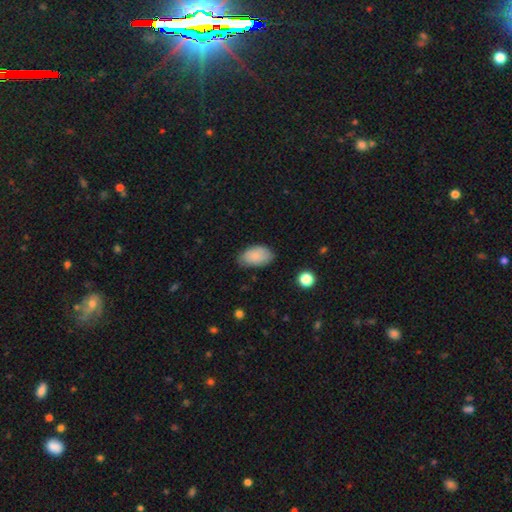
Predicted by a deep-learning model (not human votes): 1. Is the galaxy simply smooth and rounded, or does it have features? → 85% smooth, 8% featured or disk, 7% star or artifact.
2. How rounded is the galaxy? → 93% in between, 6% round, 1% cigar-shaped.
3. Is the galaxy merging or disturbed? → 70% none, 24% minor disturbance, 4% major disturbance, 1% merger.